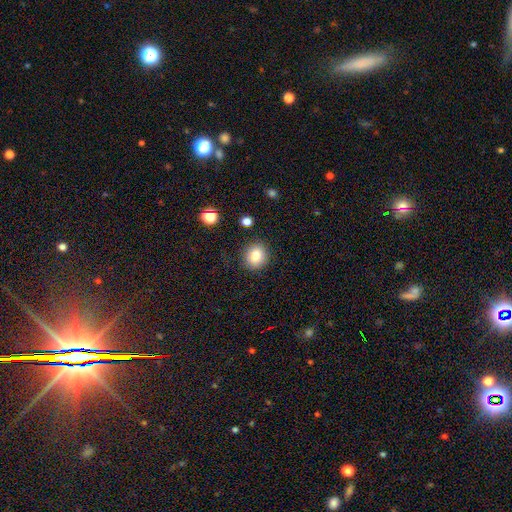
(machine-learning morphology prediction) A smooth galaxy with no disk features (83%) that is round (81%). Merging: none (87%).